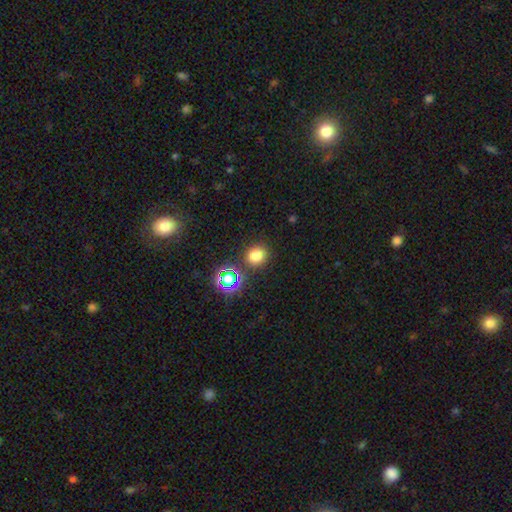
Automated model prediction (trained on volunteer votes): Smooth or featured: smooth — 74% (star or artifact — 20%)
How rounded: round — 79% (in between — 20%)
Merging: none — 84% (minor disturbance — 8%)